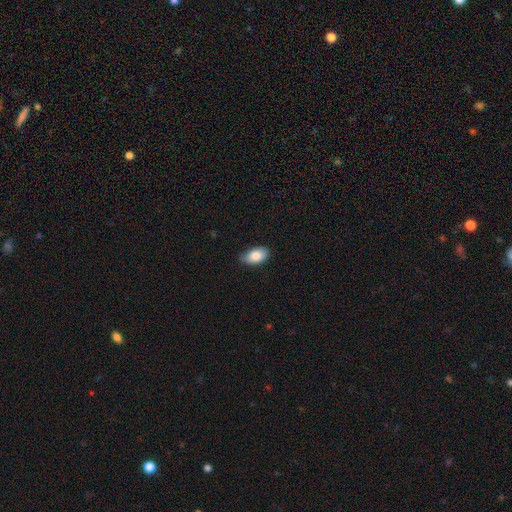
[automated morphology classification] smooth 84%, featured or disk 9%, star or artifact 7%. Down the decision tree: how rounded — in between (94%); merging — none (80%).